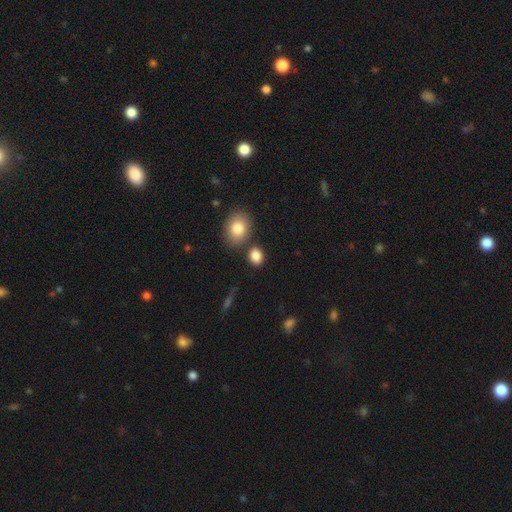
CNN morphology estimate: This is clearly a smooth galaxy (85%). How rounded: possibly in between (52%). Merging: likely none (75%).